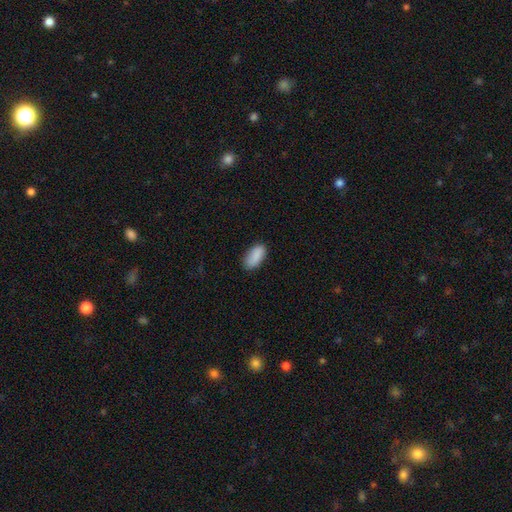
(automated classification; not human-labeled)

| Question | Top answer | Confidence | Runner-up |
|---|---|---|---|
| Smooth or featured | smooth | 89% | star or artifact (7%) |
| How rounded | in between | 92% | cigar-shaped (6%) |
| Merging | none | 80% | minor disturbance (16%) |